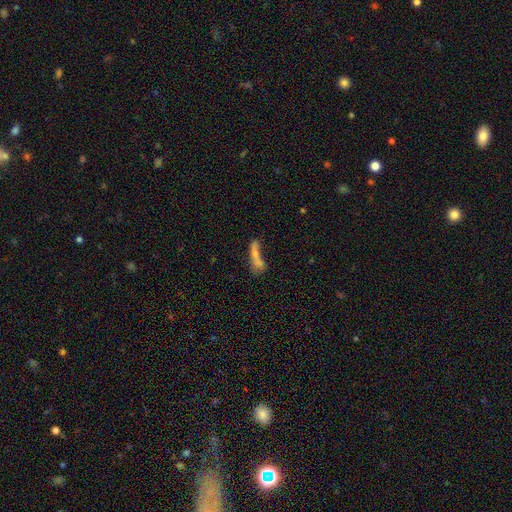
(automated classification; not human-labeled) This is possibly a smooth galaxy (58%). How rounded: likely cigar-shaped (61%). Merging: possibly merger (47%).